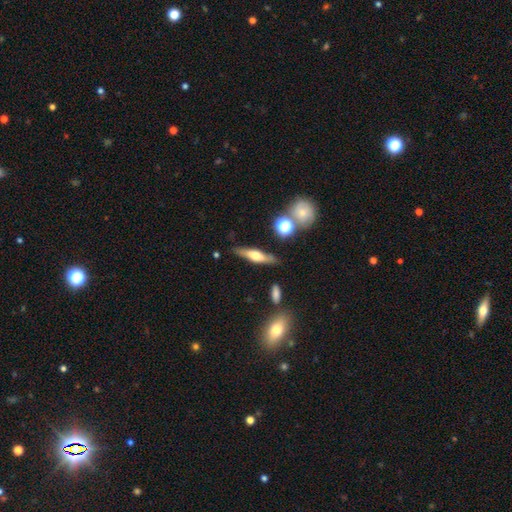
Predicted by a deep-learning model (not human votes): Morphology: type=featured or disk (53%); edge-on=yes (89%); merging=none (81%).